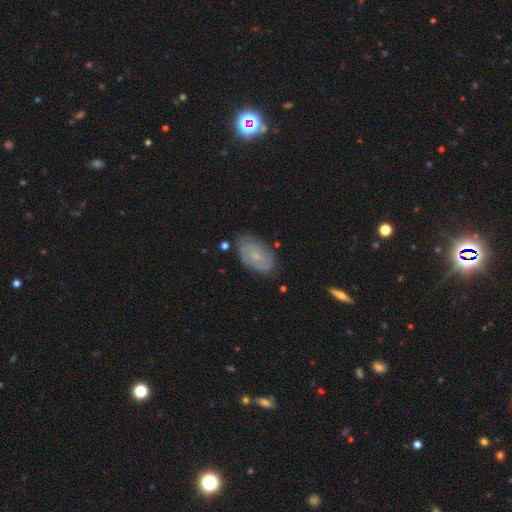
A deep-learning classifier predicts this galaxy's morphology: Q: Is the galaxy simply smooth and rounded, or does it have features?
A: featured or disk — 63%.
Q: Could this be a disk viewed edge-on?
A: no — 95%.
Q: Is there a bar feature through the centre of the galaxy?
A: no — 73%.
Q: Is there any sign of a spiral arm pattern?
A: yes — 80%.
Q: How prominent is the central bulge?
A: small — 74%.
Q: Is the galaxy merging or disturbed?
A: none — 75%.